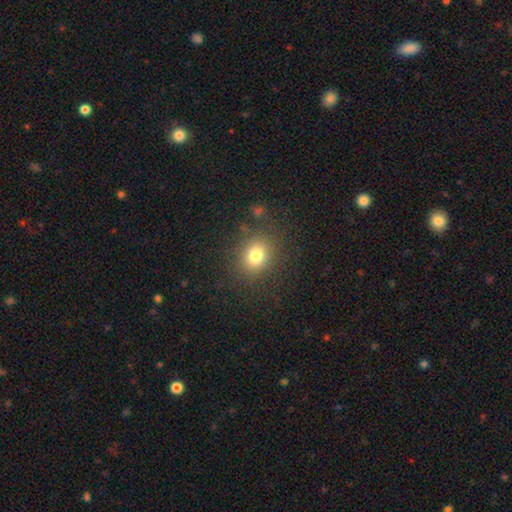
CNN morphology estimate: Smooth or featured?
  - smooth: 77% *
  - star or artifact: 14%
  - featured or disk: 9%
How rounded?
  - round: 66% *
  - in between: 33%
  - cigar-shaped: 1%
Merging?
  - none: 84% *
  - minor disturbance: 10%
  - major disturbance: 5%
  - merger: 2%